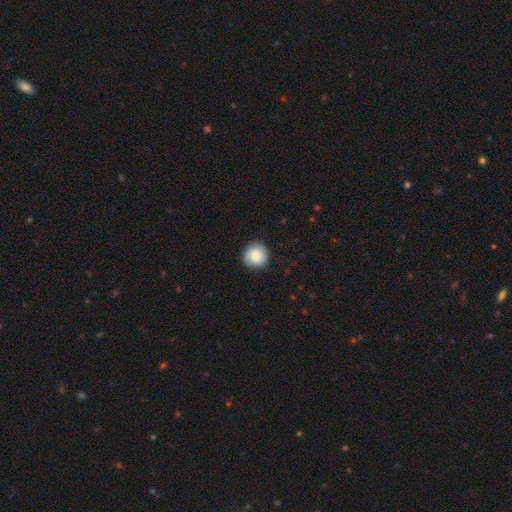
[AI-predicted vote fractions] A smooth galaxy with no disk features (83%) that is round (93%). Merging: none (88%).